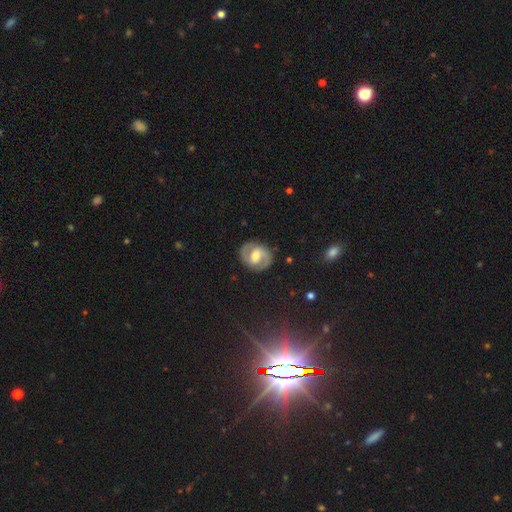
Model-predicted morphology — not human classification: Q: Smooth or featured?
A: featured or disk (77%); runner-up: smooth (17%)
Q: Edge-on disk?
A: no (97%); runner-up: yes (3%)
Q: Bar?
A: weak (47%); runner-up: strong (30%)
Q: Spiral arms?
A: yes (87%); runner-up: no (13%)
Q: Spiral winding?
A: medium (52%); runner-up: tight (33%)
Q: Spiral arm count?
A: 2 (91%); runner-up: can't tell (5%)
Q: Bulge size?
A: moderate (64%); runner-up: small (18%)
Q: Merging?
A: none (85%); runner-up: minor disturbance (10%)